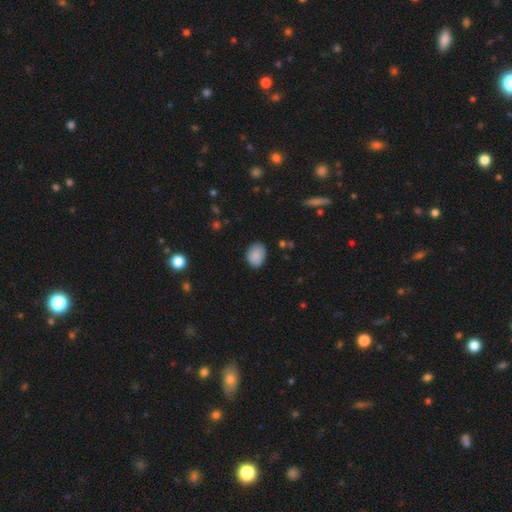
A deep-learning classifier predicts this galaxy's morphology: Overall: smooth (87%). How rounded: in between (72%). Merging: none (79%).